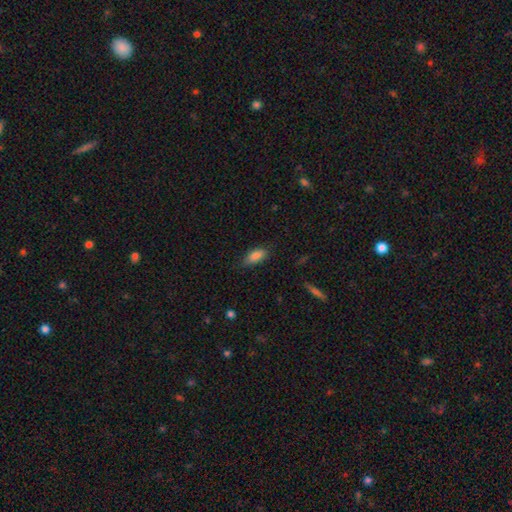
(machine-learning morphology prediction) Smooth or featured?
  - smooth: 83% *
  - featured or disk: 9%
  - star or artifact: 8%
How rounded?
  - in between: 83% *
  - cigar-shaped: 14%
  - round: 3%
Merging?
  - none: 76% *
  - minor disturbance: 19%
  - major disturbance: 4%
  - merger: 1%